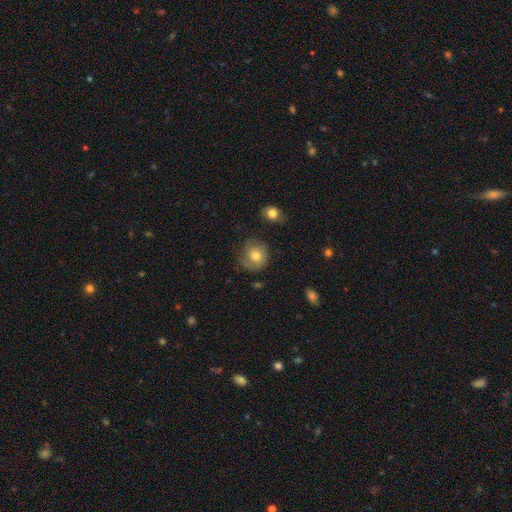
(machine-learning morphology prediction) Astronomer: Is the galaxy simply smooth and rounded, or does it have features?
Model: smooth — 75%.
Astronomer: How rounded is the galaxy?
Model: round — 83%.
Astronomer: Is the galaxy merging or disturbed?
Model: none — 64%.